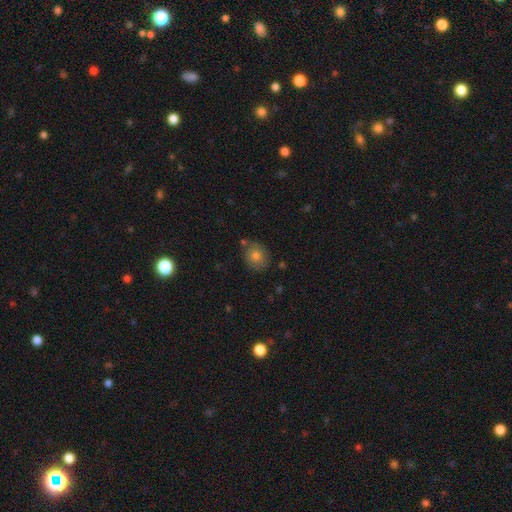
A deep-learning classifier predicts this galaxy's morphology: Smooth or featured? smooth (77%)
How rounded? round (68%)
Merging? none (76%)